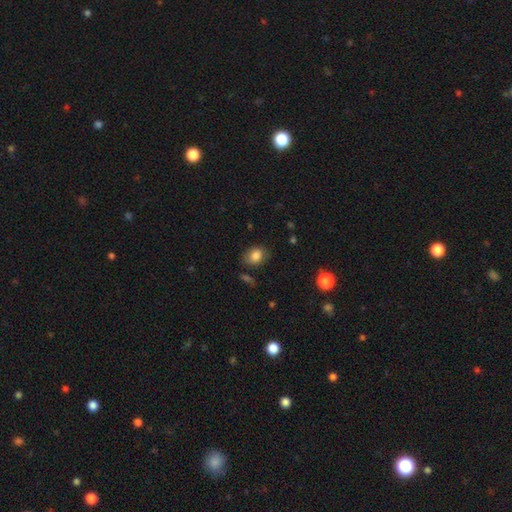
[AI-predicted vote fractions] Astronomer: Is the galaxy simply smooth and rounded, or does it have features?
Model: smooth — 82%.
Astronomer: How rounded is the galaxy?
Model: in between — 64%.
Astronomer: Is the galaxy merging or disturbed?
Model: none — 74%.